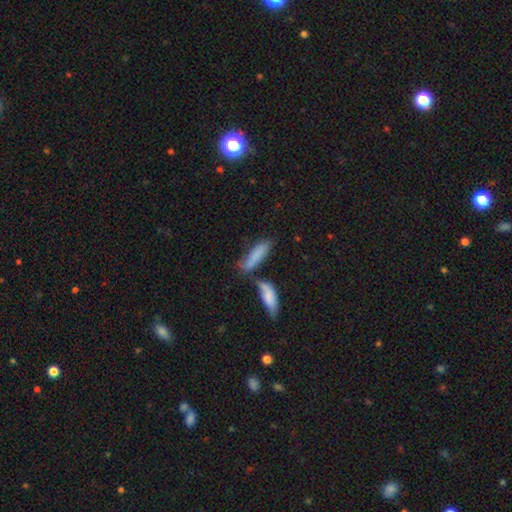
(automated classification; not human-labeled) Overall: smooth (78%). How rounded: cigar-shaped (60%; in between 38%). Merging: merger (40%; none 39%).